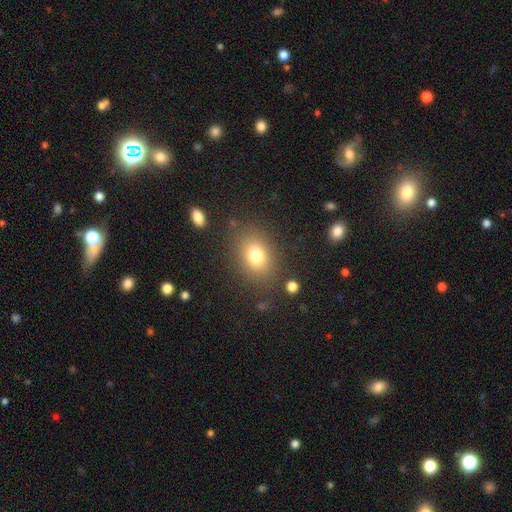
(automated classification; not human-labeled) This appears to be a smooth galaxy with no disk features (77%) that is in between round and cigar-shaped (61%). Merging: none (82%).